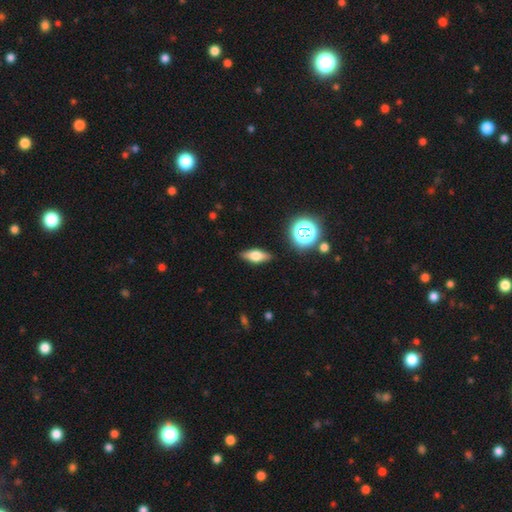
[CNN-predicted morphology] This appears to be a smooth galaxy with no disk features (52%) that is in between round and cigar-shaped (65%). Merging: none (87%).